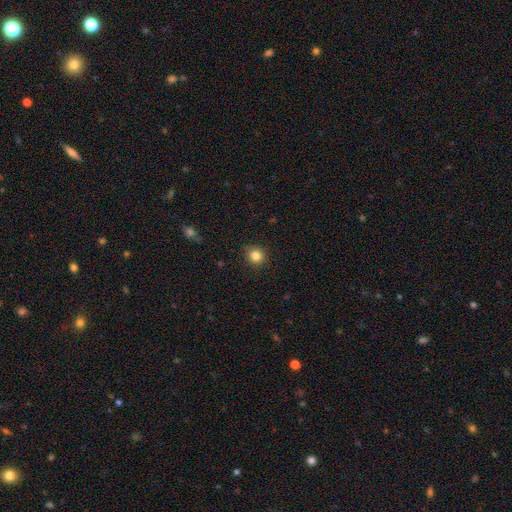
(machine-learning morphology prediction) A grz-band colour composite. It shows a smooth galaxy with no disk features (84%) that is round (89%). Merging: none (90%).